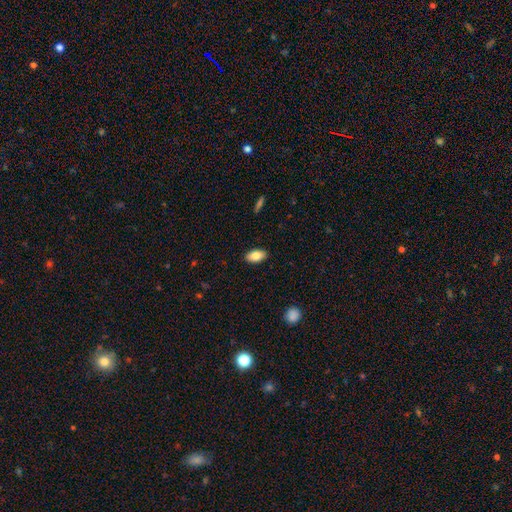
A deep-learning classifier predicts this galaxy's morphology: This is clearly a smooth galaxy (84%). How rounded: clearly in between (93%). Merging: clearly none (89%).